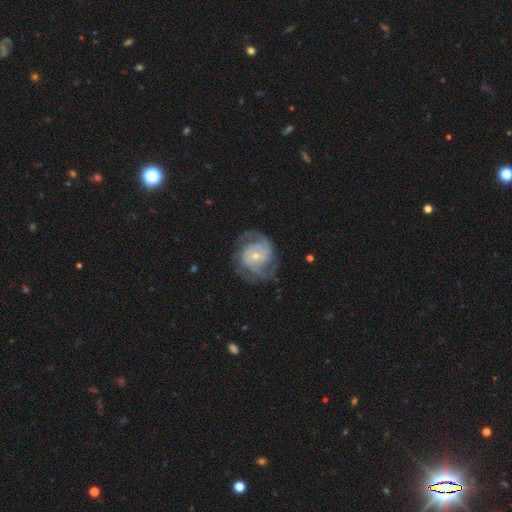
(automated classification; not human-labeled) Smooth or featured? featured or disk (84%)
Edge-on disk? no (98%)
Bar? no (70%)
Spiral arms? yes (95%)
Spiral winding? medium (44%)
Spiral arm count? 2 (43%)
Bulge size? small (68%)
Merging? none (67%)